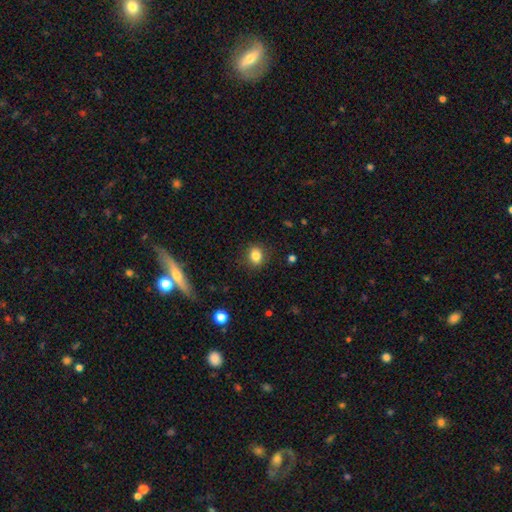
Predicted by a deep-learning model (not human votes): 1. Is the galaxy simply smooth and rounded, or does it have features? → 83% smooth, 11% star or artifact, 6% featured or disk.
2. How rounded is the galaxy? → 58% round, 41% in between, 1% cigar-shaped.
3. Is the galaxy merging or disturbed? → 87% none, 9% minor disturbance, 3% major disturbance, 1% merger.